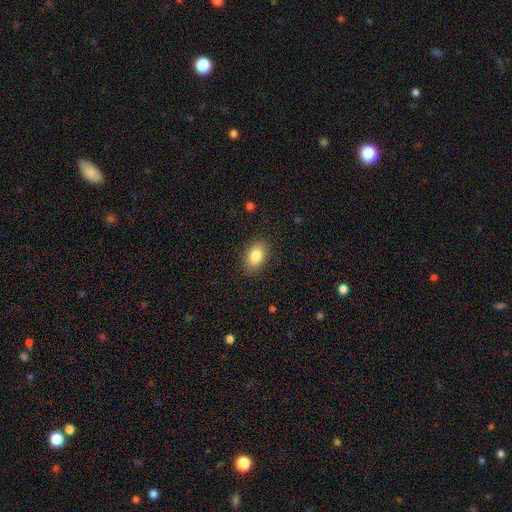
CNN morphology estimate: Smooth or featured? Predicted: smooth (p=0.83). How rounded? Predicted: in between (p=0.83). Merging? Predicted: none (p=0.86).